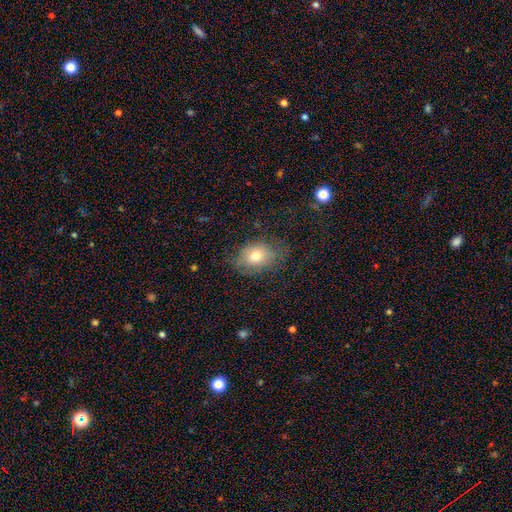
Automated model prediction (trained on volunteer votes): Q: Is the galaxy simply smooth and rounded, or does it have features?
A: smooth — 70%.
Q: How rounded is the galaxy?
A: in between — 71%.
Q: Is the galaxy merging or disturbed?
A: none — 62%.